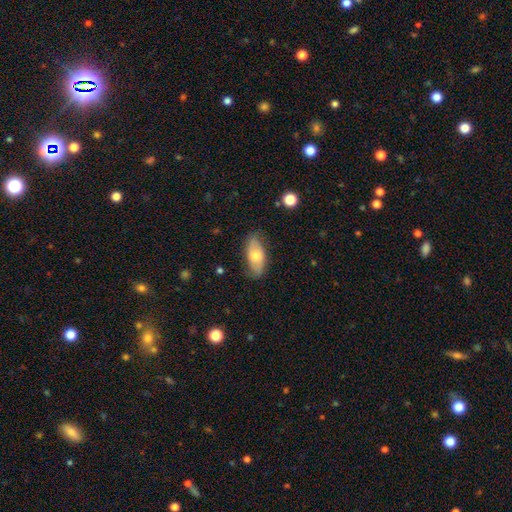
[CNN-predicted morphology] The model was most divided on "smooth or featured": smooth: 61%, featured or disk: 33%, star or artifact: 7%. More confident: how rounded — in between (89%); merging — none (74%).